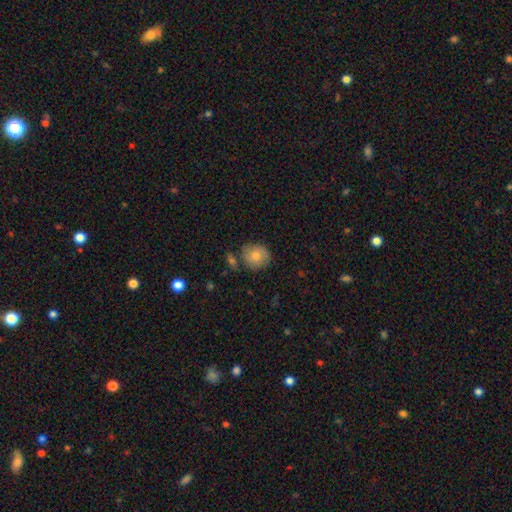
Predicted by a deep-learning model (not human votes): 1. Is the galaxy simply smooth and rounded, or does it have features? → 68% smooth, 23% featured or disk, 9% star or artifact.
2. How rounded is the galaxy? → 85% round, 14% in between, 1% cigar-shaped.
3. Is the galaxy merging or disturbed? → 73% none, 16% minor disturbance, 6% merger, 4% major disturbance.